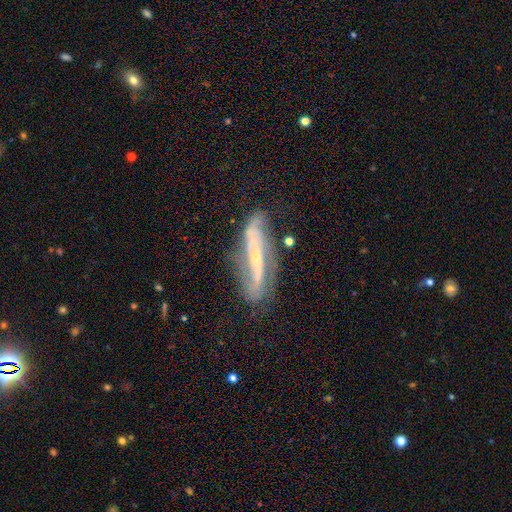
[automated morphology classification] This appears to be a featured or disk galaxy (82%) with a strong bar (46%), 2 (79%) loose (40%) spiral arms (89%) and a small central bulge (71%). Merging: none (69%).